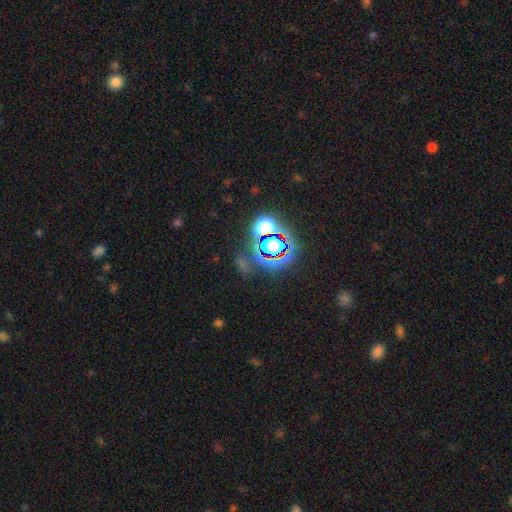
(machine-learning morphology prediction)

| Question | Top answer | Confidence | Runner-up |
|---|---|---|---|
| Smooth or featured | star or artifact | 80% | smooth (12%) |